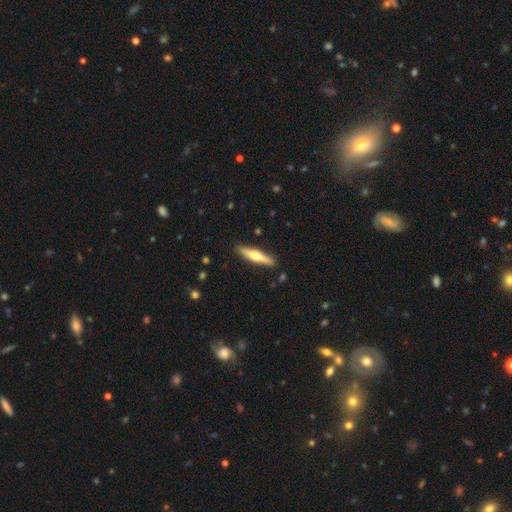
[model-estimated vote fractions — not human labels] smooth_or_featured: featured or disk (p=0.54) [alt: smooth p=0.41]
disk_edge_on: yes (p=0.96) [alt: no p=0.04]
edge_on_bulge: rounded (p=0.92) [alt: boxy p=0.04]
merging: none (p=0.90) [alt: minor disturbance p=0.07]